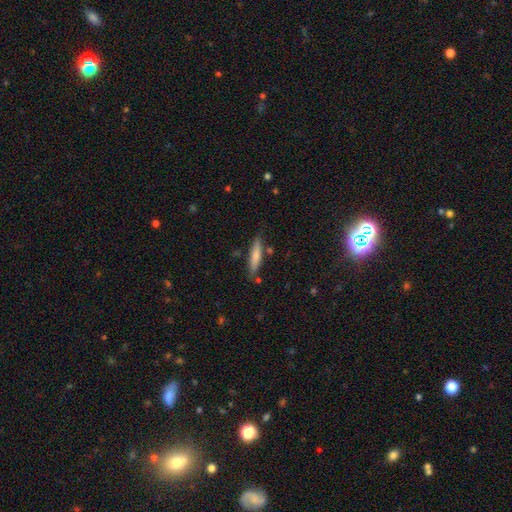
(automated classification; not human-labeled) smooth 71%, featured or disk 23%, star or artifact 6%. Down the decision tree: how rounded — cigar-shaped (86%); merging — none (81%).